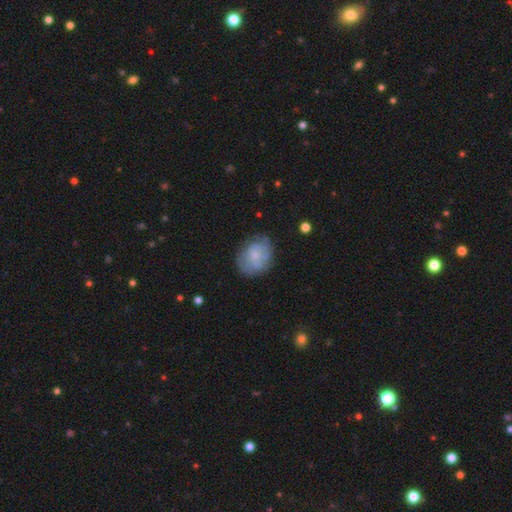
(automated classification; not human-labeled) Overall: smooth (55%; featured or disk 37%). How rounded: in between (58%; round 41%). Merging: none (63%; minor disturbance 26%).